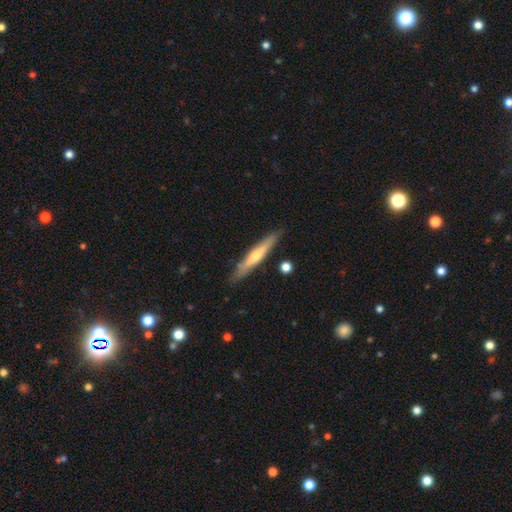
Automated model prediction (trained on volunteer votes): This is possibly a featured or disk galaxy (57%). It is clearly viewed edge-on (92%). Edge-on bulge: likely rounded (76%). Merging: clearly none (87%).